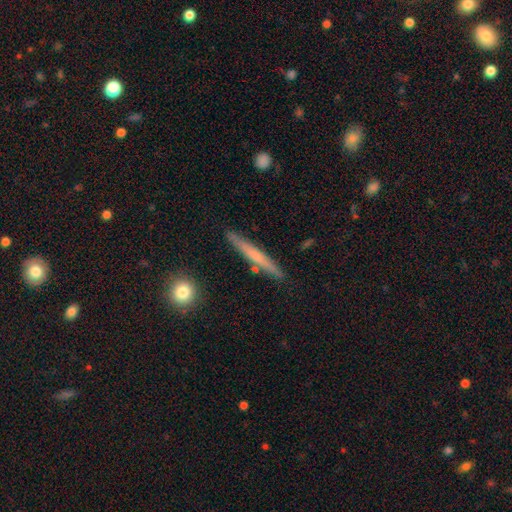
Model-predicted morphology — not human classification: A smooth galaxy with no disk features (49%). Merging: none (89%).